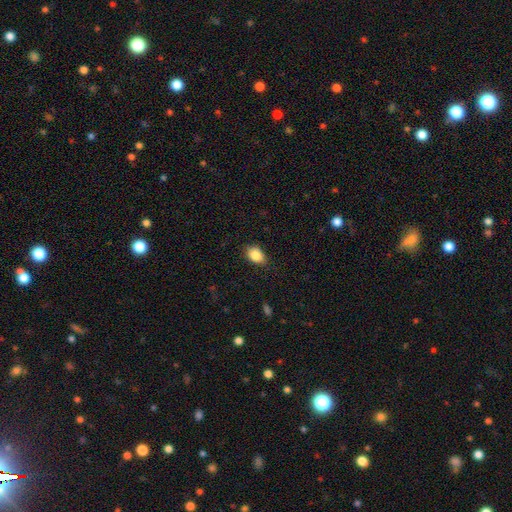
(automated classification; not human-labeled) This appears to be a smooth galaxy with no disk features (86%) that is in between round and cigar-shaped (81%). Merging: none (83%).